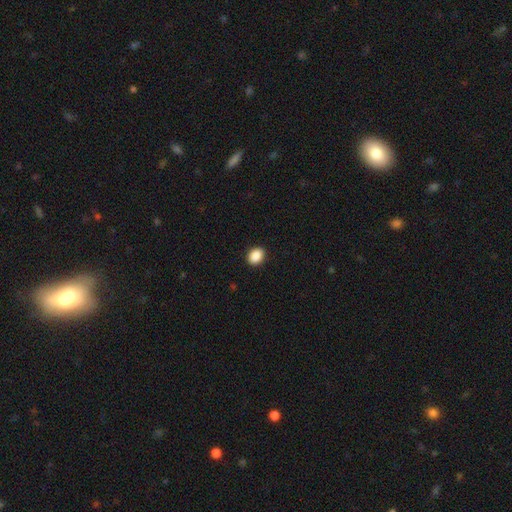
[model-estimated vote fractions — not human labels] A smooth galaxy with no disk features (89%) that is in between round and cigar-shaped (61%).

Vote fractions:
- Smooth or featured? smooth: 89% / star or artifact: 8% / featured or disk: 3%
- How rounded? in between: 61% / round: 38% / cigar-shaped: 1%
- Merging? none: 91% / minor disturbance: 6% / major disturbance: 2% / merger: 1%